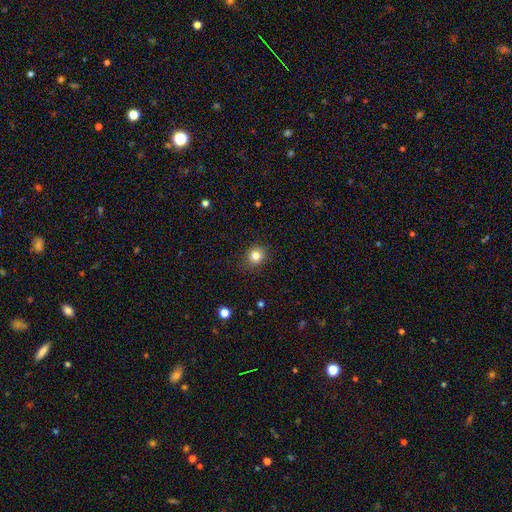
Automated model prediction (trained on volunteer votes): Morphology: type=smooth (82%); roundness=round (76%); merging=none (87%).